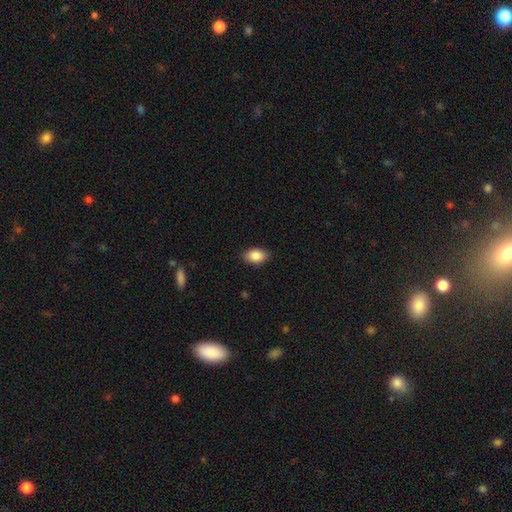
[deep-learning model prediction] This appears to be a smooth galaxy with no disk features (87%) that is in between round and cigar-shaped (86%). Merging: none (87%).